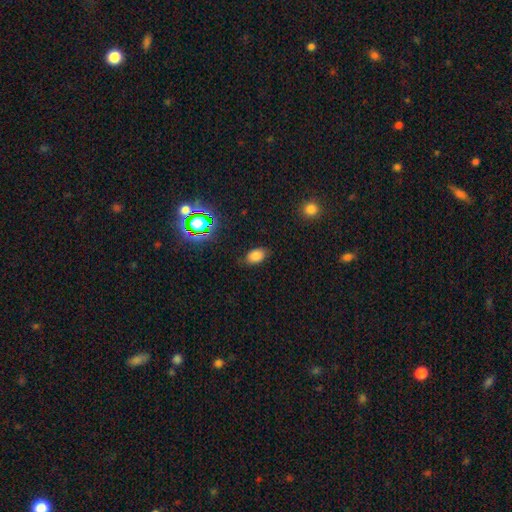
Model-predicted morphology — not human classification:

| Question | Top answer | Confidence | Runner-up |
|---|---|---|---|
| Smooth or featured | smooth | 79% | star or artifact (14%) |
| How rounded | in between | 88% | round (11%) |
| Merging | none | 81% | minor disturbance (14%) |